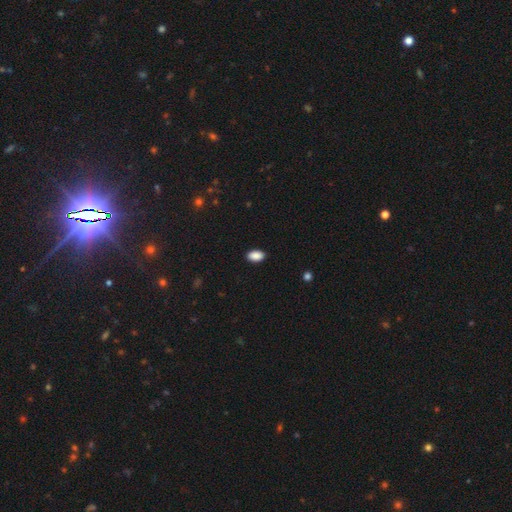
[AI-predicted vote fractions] A smooth galaxy with no disk features (90%) that is in between round and cigar-shaped (93%). Merging: none (89%).